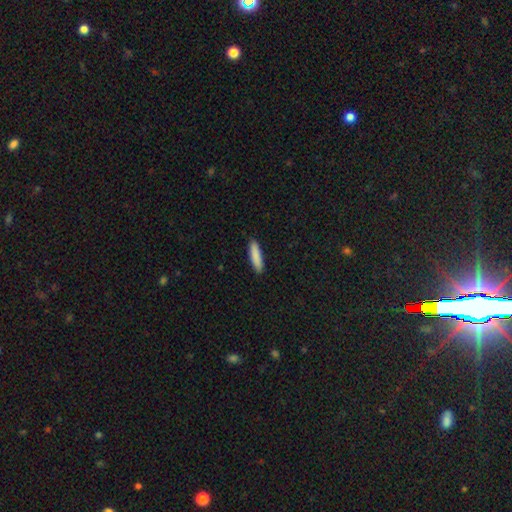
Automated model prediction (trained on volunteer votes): Smooth or featured? Predicted: smooth (p=0.88). How rounded? Predicted: cigar-shaped (p=0.75). Merging? Predicted: none (p=0.90).